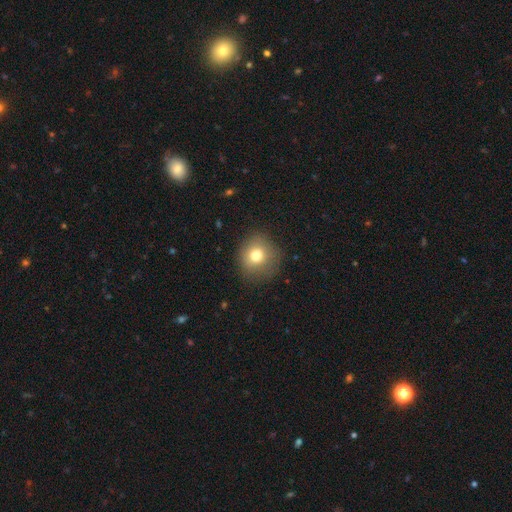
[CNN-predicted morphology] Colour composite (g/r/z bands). It shows a smooth galaxy with no disk features (77%) that is round (87%). Merging: none (81%).